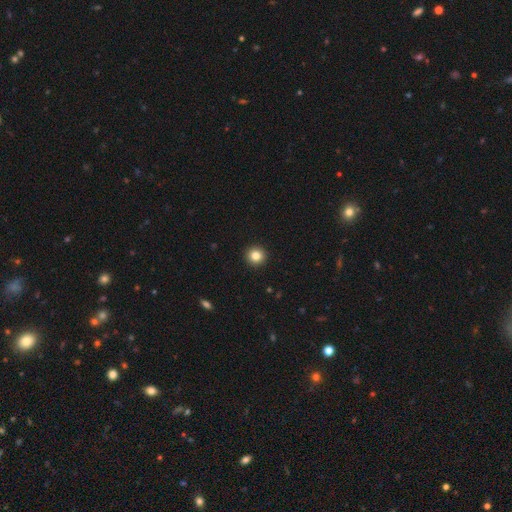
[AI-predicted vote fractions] smooth_or_featured: smooth (p=0.83) [alt: star or artifact p=0.11]
how_rounded: round (p=0.95) [alt: in between p=0.04]
merging: none (p=0.94) [alt: minor disturbance p=0.04]